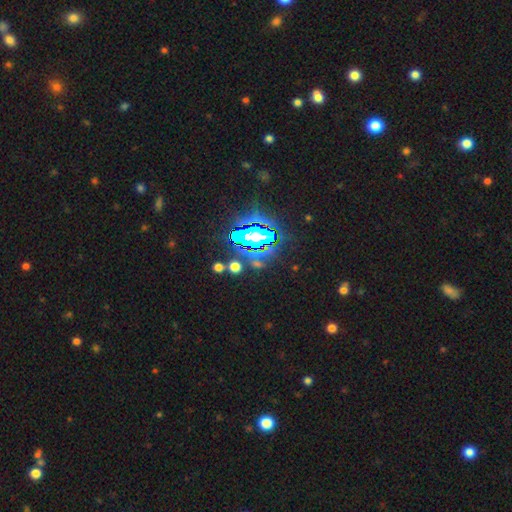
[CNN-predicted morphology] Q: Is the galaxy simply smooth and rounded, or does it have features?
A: star or artifact — 69%.